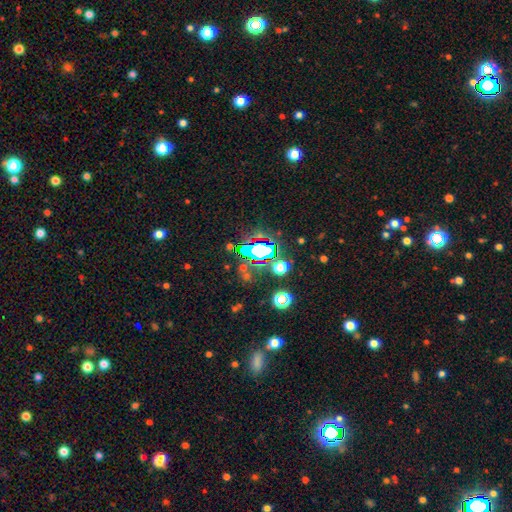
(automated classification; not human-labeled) Smooth or featured?
  - star or artifact: 57% *
  - smooth: 30%
  - featured or disk: 13%